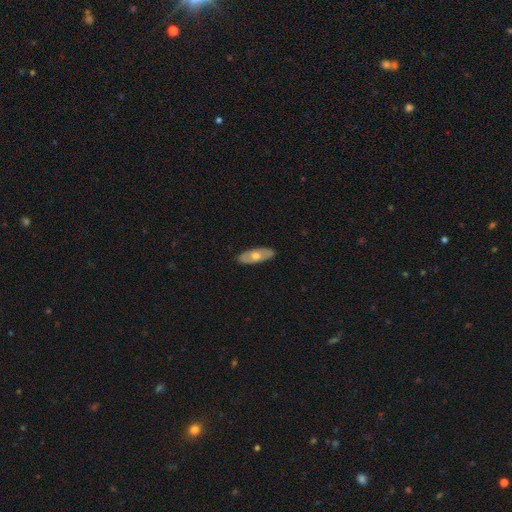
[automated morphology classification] smooth-or-featured: smooth: 51% | featured or disk: 43% | star or artifact: 5%
  how-rounded: in between: 74% | cigar-shaped: 23% | round: 3%
  merging: none: 88% | minor disturbance: 9% | major disturbance: 2% | merger: 1%